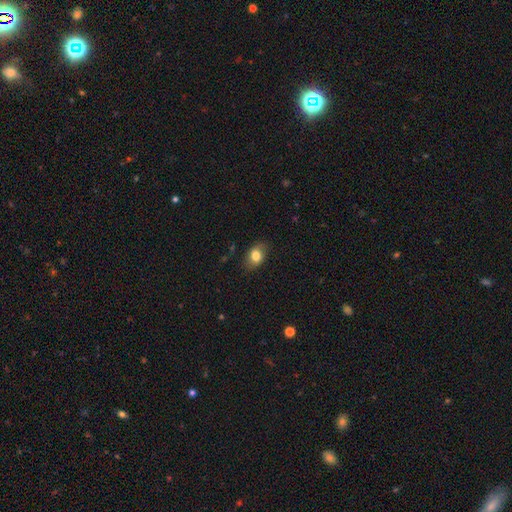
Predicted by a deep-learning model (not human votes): Smooth or featured? Predicted: smooth (p=0.79). How rounded? Predicted: in between (p=0.78). Merging? Predicted: none (p=0.80).